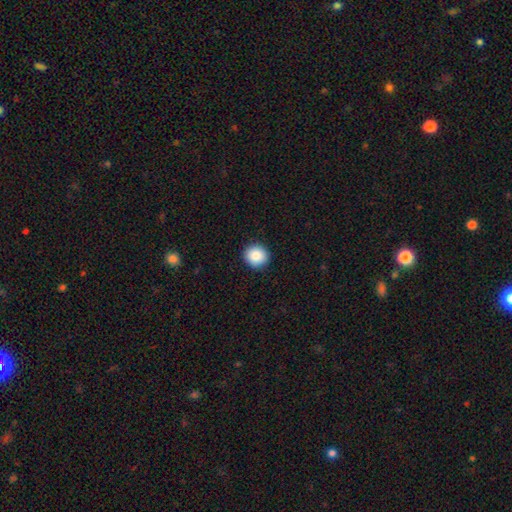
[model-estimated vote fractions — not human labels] Q: Smooth or featured?
A: smooth (86%); runner-up: star or artifact (8%)
Q: How rounded?
A: round (93%); runner-up: in between (6%)
Q: Merging?
A: none (93%); runner-up: minor disturbance (5%)